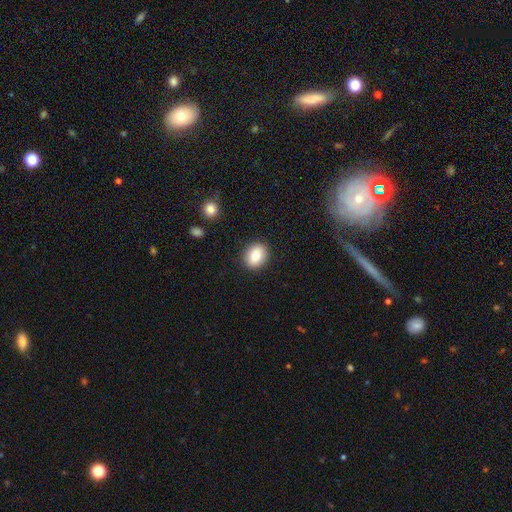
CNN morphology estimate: smooth 81%, featured or disk 10%, star or artifact 9%. Down the decision tree: how rounded — round (60%); merging — none (89%).